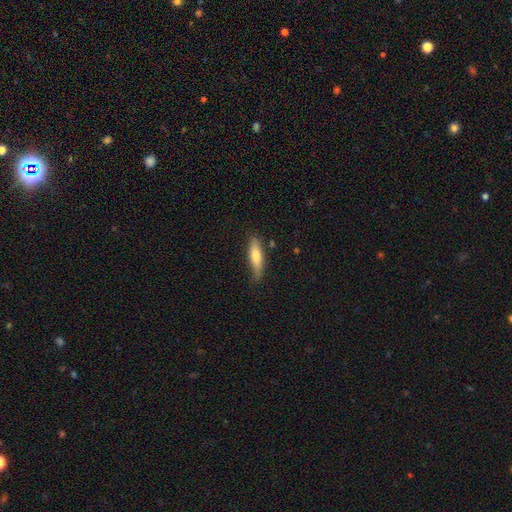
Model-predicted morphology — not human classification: Q: Smooth or featured?
A: smooth (71%); runner-up: featured or disk (23%)
Q: How rounded?
A: cigar-shaped (68%); runner-up: in between (30%)
Q: Merging?
A: none (72%); runner-up: minor disturbance (22%)